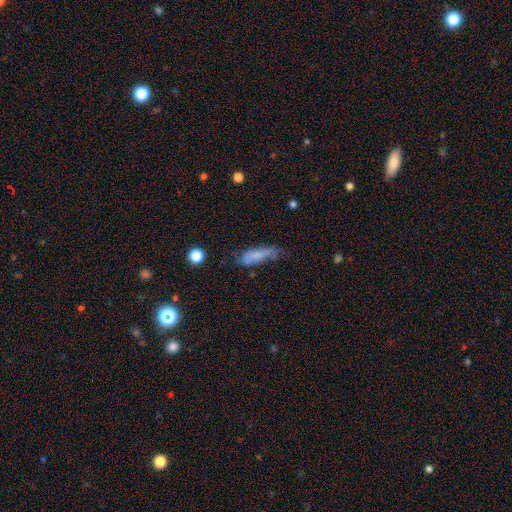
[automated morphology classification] Overall: smooth (68%). How rounded: cigar-shaped (54%; in between 43%). Merging: none (39%; minor disturbance 33%).